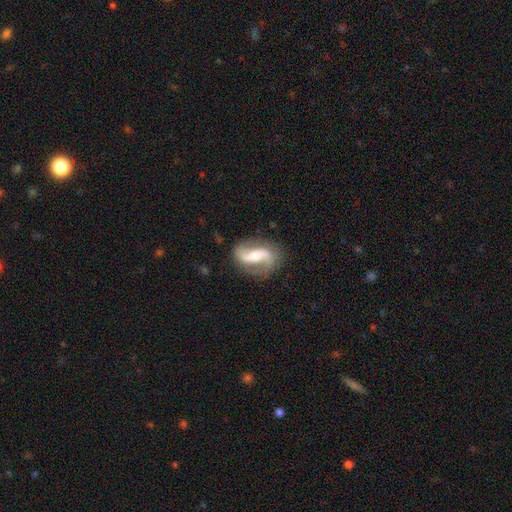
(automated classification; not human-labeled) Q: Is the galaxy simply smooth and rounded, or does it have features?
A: featured or disk — 82%.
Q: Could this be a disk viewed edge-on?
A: no — 95%.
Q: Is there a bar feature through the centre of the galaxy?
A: strong — 38%.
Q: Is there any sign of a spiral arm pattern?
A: yes — 93%.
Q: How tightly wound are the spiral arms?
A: loose — 58%.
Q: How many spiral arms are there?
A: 2 — 91%.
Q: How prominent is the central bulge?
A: moderate — 57%.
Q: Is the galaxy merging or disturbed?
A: none — 77%.